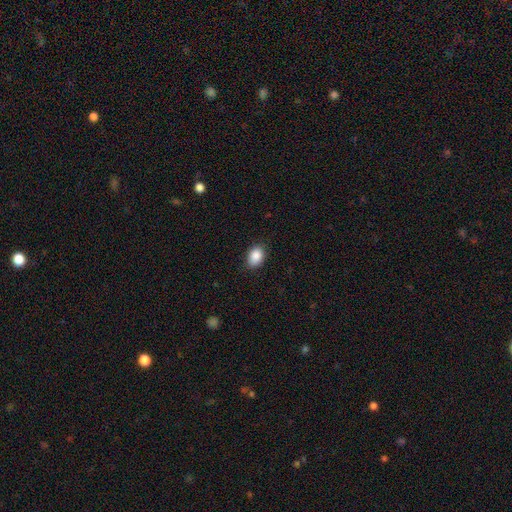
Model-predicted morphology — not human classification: Smooth or featured?
  - smooth: 88% *
  - star or artifact: 8%
  - featured or disk: 4%
How rounded?
  - in between: 80% *
  - round: 19%
  - cigar-shaped: 1%
Merging?
  - none: 81% *
  - minor disturbance: 15%
  - major disturbance: 3%
  - merger: 1%